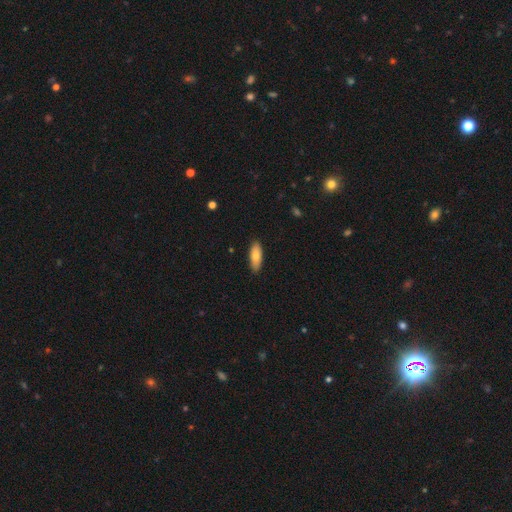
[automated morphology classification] Overall: smooth (79%). How rounded: in between (71%). Merging: none (89%).